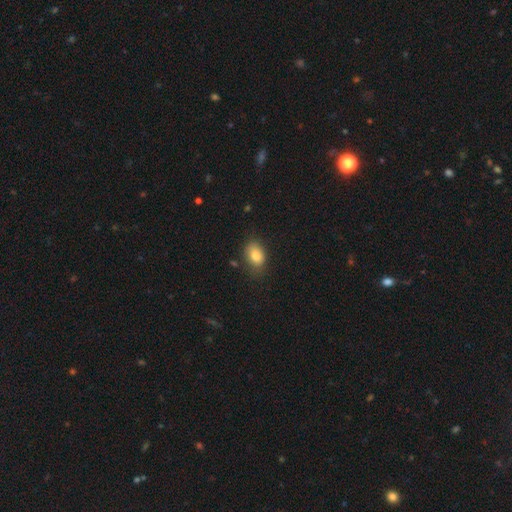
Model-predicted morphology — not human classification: Smooth or featured? Predicted: smooth (p=0.82). How rounded? Predicted: in between (p=0.79). Merging? Predicted: none (p=0.73).